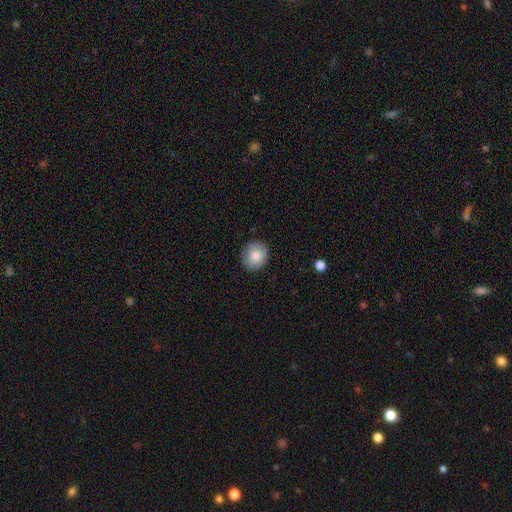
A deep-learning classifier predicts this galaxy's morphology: Smooth or featured? Predicted: smooth (p=0.79). How rounded? Predicted: round (p=0.81). Merging? Predicted: none (p=0.86).